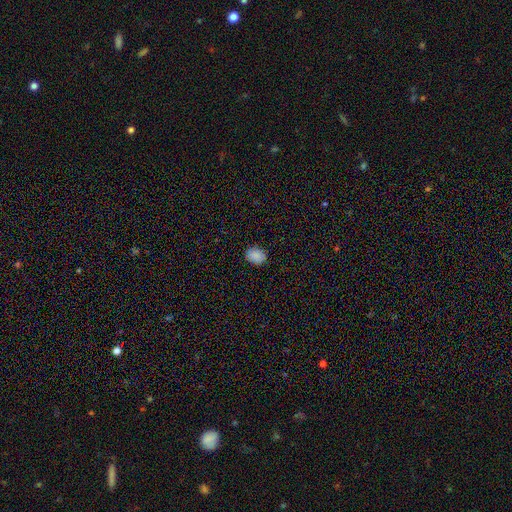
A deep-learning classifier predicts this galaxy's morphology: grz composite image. It shows a smooth galaxy with no disk features (86%) that is in between round and cigar-shaped (60%). Merging: none (85%).